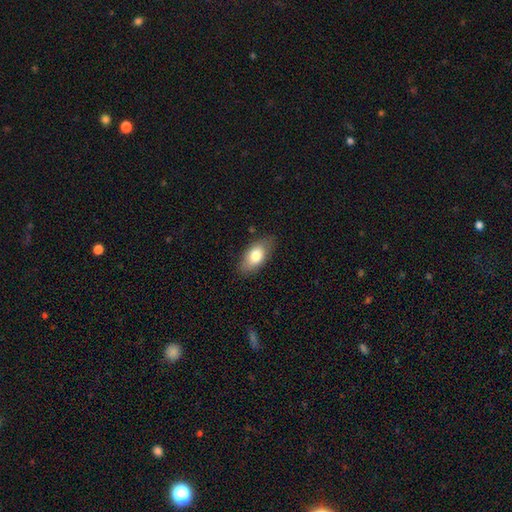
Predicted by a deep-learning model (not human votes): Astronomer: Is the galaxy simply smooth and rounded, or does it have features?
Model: smooth — 78%.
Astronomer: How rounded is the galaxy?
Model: in between — 91%.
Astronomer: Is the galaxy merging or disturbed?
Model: none — 81%.